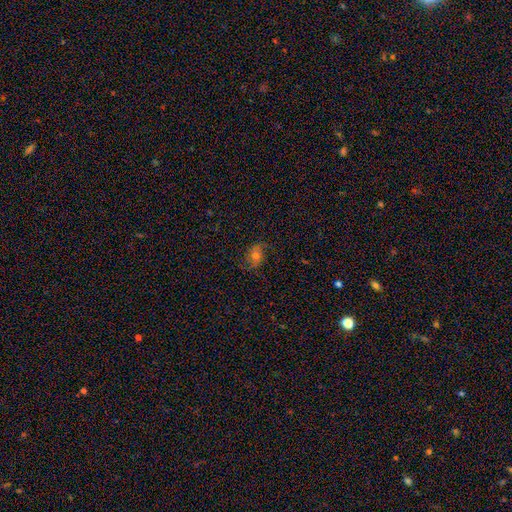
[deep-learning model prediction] This appears to be a smooth galaxy with no disk features (49%). Merging: none (73%).